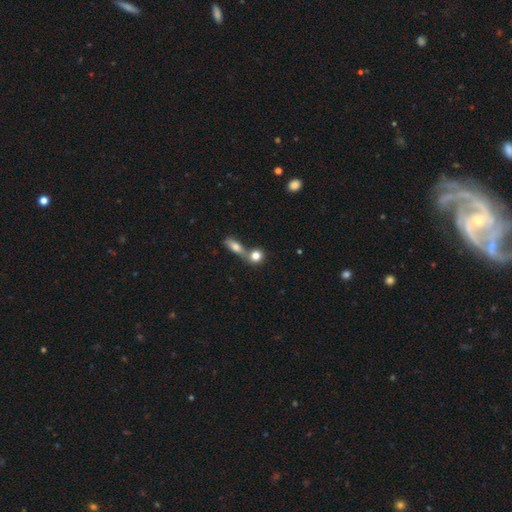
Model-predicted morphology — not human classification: smooth-or-featured: smooth: 79% | featured or disk: 11% | star or artifact: 9%
  how-rounded: round: 72% | in between: 23% | cigar-shaped: 6%
  merging: merger: 50% | none: 39% | minor disturbance: 7% | major disturbance: 4%